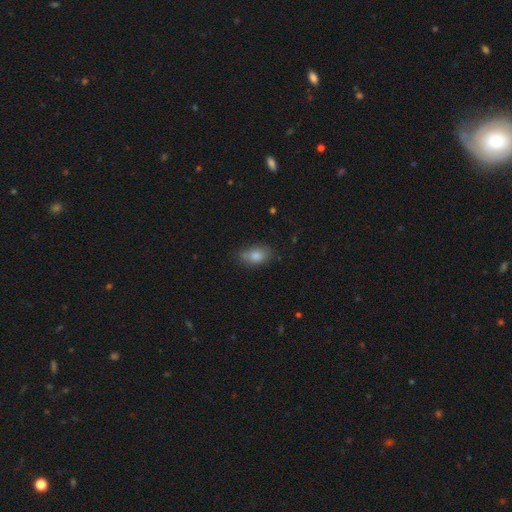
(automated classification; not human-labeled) Smooth or featured: smooth — 83% (featured or disk — 9%)
How rounded: in between — 85% (round — 13%)
Merging: none — 68% (minor disturbance — 22%)